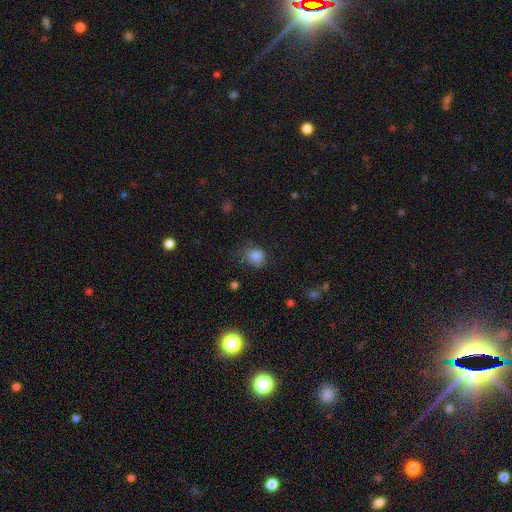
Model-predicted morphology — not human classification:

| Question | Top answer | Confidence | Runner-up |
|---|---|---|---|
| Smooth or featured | smooth | 84% | star or artifact (11%) |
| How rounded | round | 62% | in between (37%) |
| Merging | none | 63% | minor disturbance (27%) |